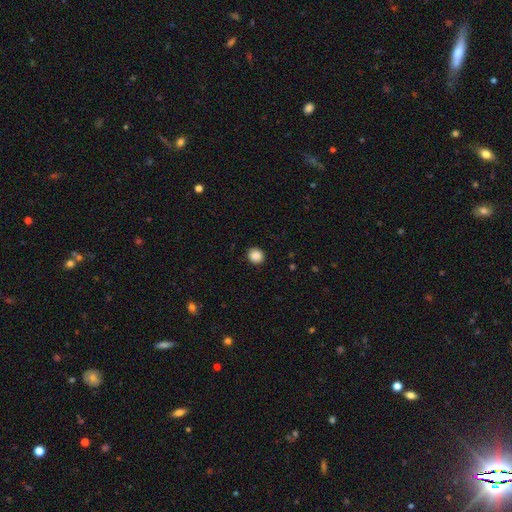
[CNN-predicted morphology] A smooth galaxy with no disk features (87%) that is round (84%).

Vote fractions:
- Smooth or featured? smooth: 87% / star or artifact: 9% / featured or disk: 3%
- How rounded? round: 84% / in between: 15% / cigar-shaped: 1%
- Merging? none: 91% / minor disturbance: 6% / major disturbance: 2% / merger: 1%